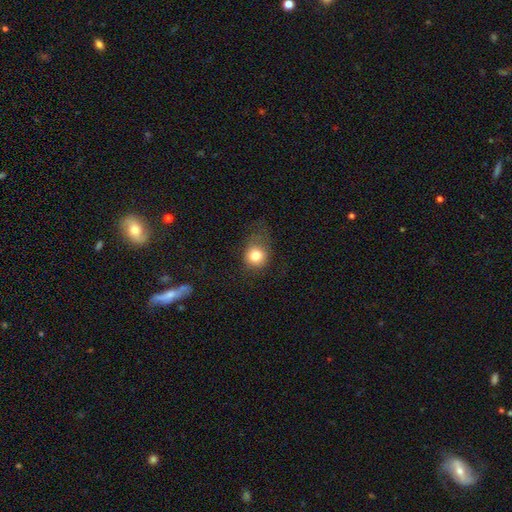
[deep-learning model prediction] This appears to be a smooth galaxy with no disk features (80%) that is round (75%). Merging: none (55%).